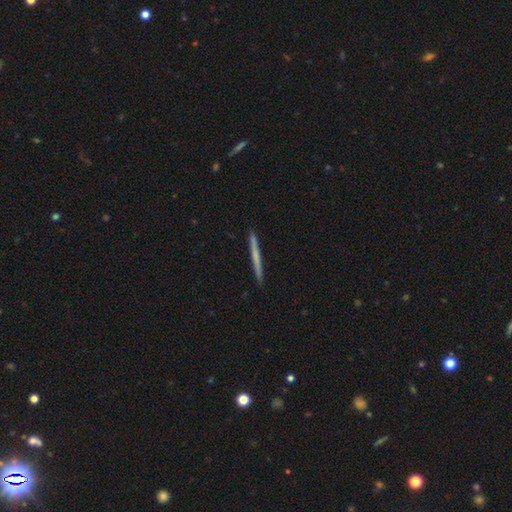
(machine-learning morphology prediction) This appears to be a smooth galaxy with no disk features (52%) that is cigar-shaped (97%). Merging: none (93%).